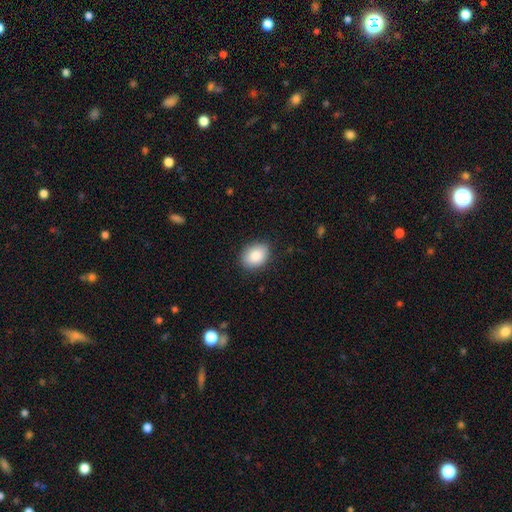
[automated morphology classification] A smooth galaxy with no disk features (87%) that is in between round and cigar-shaped (67%). Merging: none (86%).